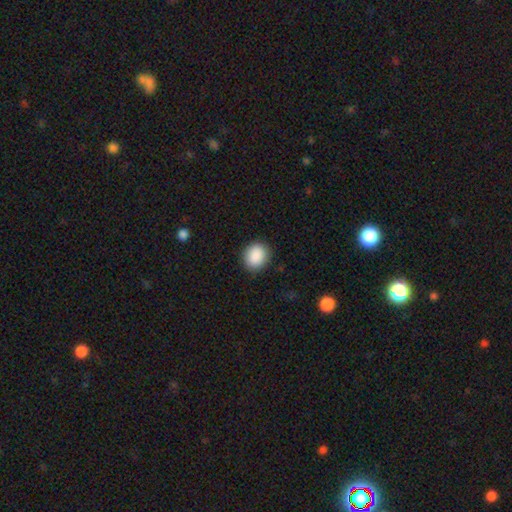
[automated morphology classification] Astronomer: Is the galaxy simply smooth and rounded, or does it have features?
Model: smooth — 89%.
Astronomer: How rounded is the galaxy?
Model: round — 61% (runner-up: in between, 38%).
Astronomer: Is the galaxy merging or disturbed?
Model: none — 88%.